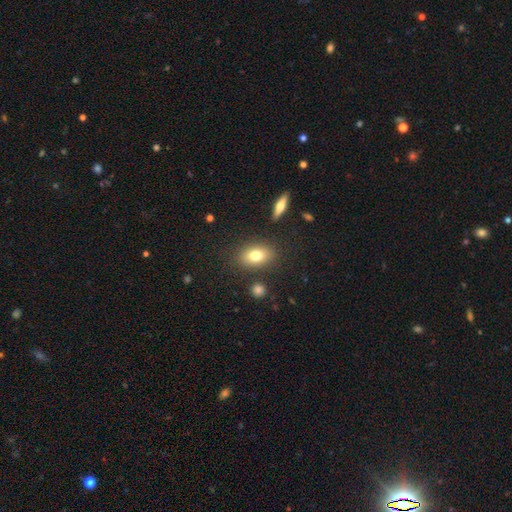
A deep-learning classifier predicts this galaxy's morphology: This appears to be a smooth galaxy with no disk features (77%) that is in between round and cigar-shaped (81%). Merging: none (83%).